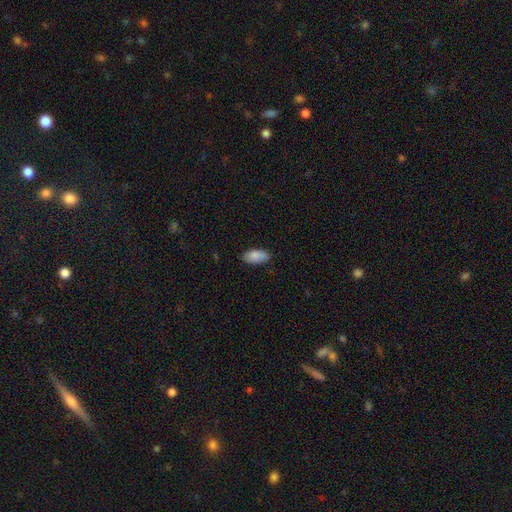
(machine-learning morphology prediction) smooth 86%, featured or disk 7%, star or artifact 6%. Down the decision tree: how rounded — in between (90%); merging — none (83%).